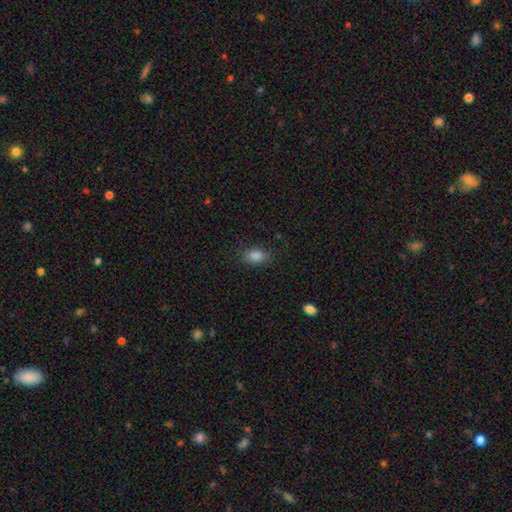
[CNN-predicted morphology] The model was most divided on "how rounded": in between: 81%, round: 18%, cigar-shaped: 2%. More confident: smooth or featured — smooth (85%); merging — none (83%).